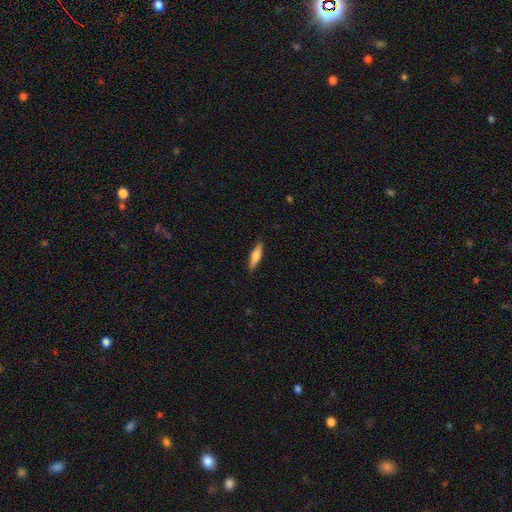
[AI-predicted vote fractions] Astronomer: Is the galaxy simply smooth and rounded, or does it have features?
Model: smooth — 63%.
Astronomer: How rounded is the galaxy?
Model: cigar-shaped — 71%.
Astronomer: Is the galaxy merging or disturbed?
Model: none — 89%.